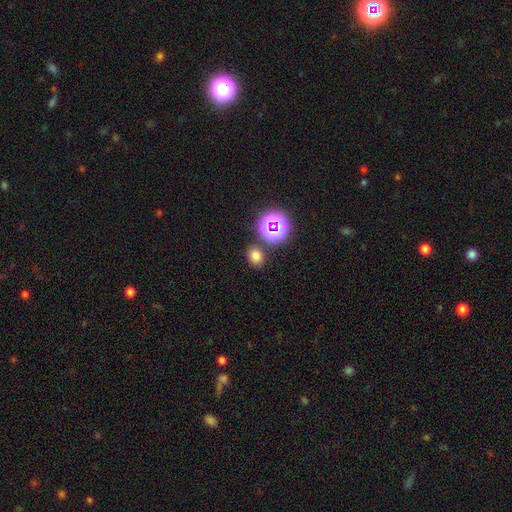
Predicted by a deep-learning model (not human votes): Overall: smooth (71%). How rounded: round (57%; in between 42%). Merging: none (81%).